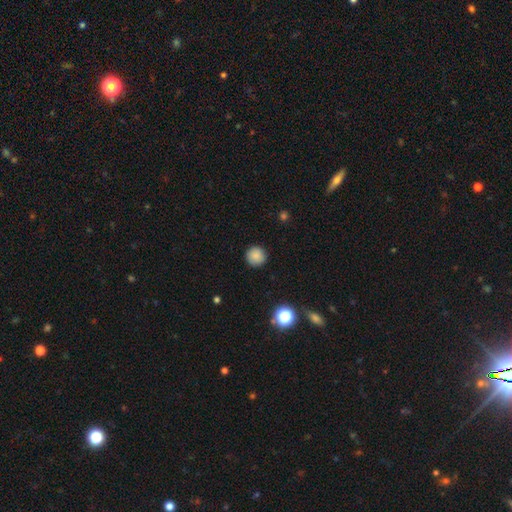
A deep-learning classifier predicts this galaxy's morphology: type=smooth (86%); roundness=round (95%); merging=none (90%).